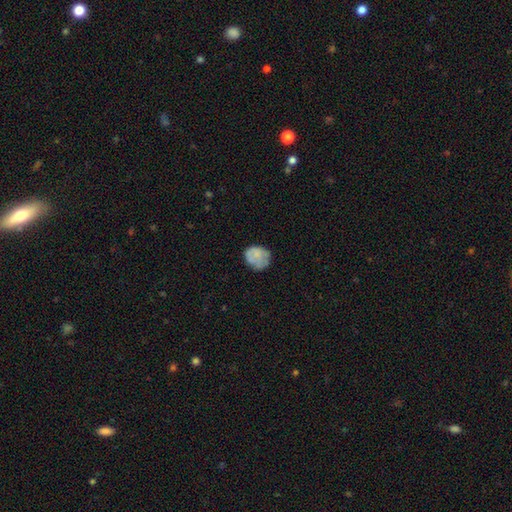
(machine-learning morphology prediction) Smooth or featured?
  - smooth: 70% *
  - featured or disk: 22%
  - star or artifact: 8%
How rounded?
  - round: 70% *
  - in between: 29%
  - cigar-shaped: 1%
Merging?
  - none: 65% *
  - minor disturbance: 24%
  - major disturbance: 8%
  - merger: 2%